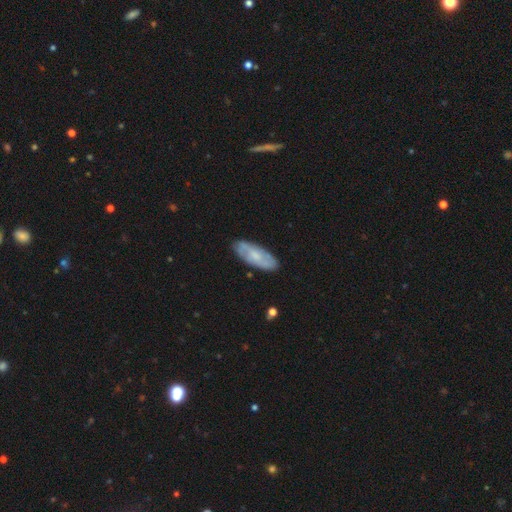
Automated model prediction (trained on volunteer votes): Smooth or featured: featured or disk — 48% (smooth — 45%)
Merging: none — 83% (minor disturbance — 13%)